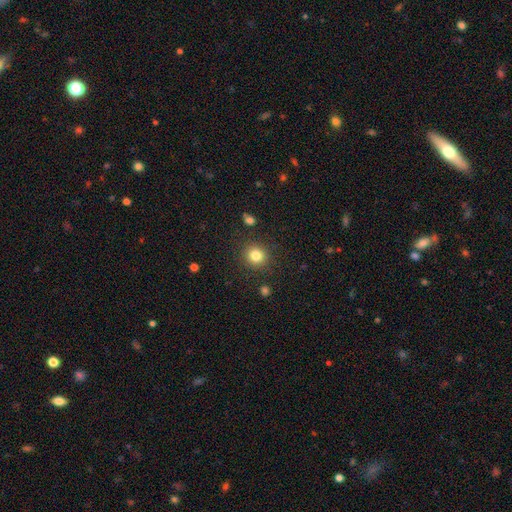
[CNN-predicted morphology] Smooth or featured? Predicted: smooth (p=0.82). How rounded? Predicted: round (p=0.87). Merging? Predicted: none (p=0.89).